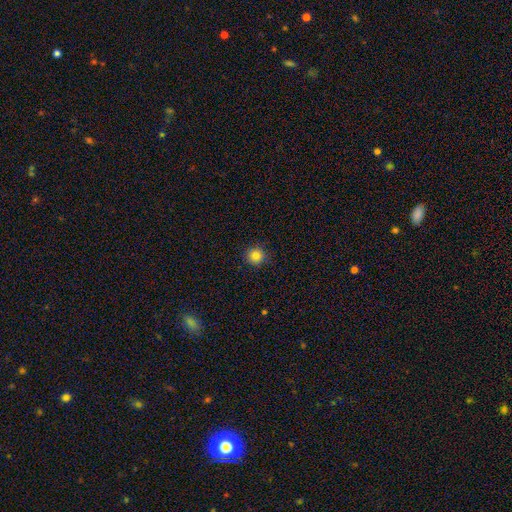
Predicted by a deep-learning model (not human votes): A smooth galaxy with no disk features (83%) that is round (94%).

Vote fractions:
- Smooth or featured? smooth: 83% / star or artifact: 12% / featured or disk: 5%
- How rounded? round: 94% / in between: 6% / cigar-shaped: 1%
- Merging? none: 90% / minor disturbance: 7% / major disturbance: 2% / merger: 1%